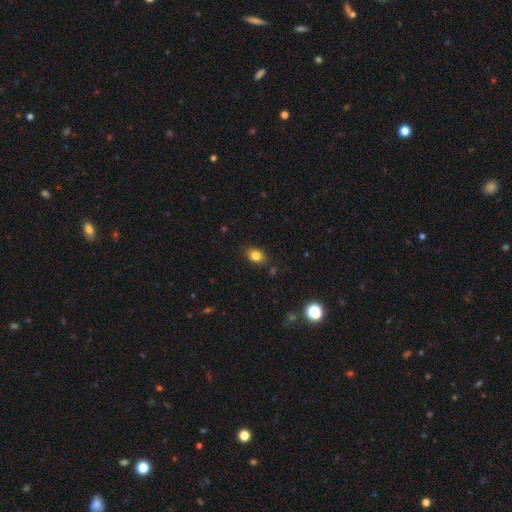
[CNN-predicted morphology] This is clearly a smooth galaxy (82%). How rounded: likely in between (67%). Merging: clearly none (83%).